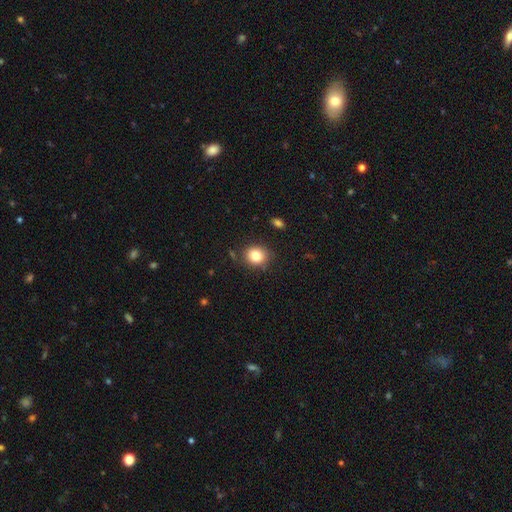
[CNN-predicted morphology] A smooth galaxy with no disk features (82%) that is round (76%). Merging: none (84%).